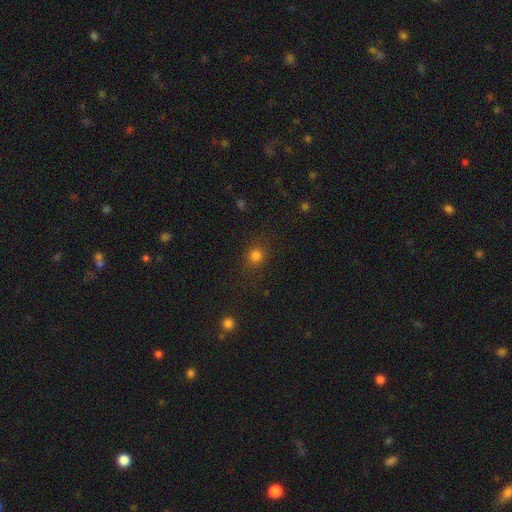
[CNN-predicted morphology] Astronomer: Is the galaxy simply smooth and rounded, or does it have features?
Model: smooth — 78%.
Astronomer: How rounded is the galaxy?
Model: round — 74%.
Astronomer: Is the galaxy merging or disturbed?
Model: none — 81%.